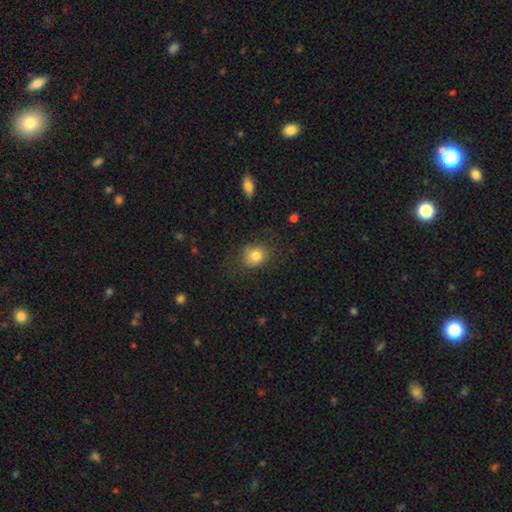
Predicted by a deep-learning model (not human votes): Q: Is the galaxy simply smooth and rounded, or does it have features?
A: smooth — 79%.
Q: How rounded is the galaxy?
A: round — 66%.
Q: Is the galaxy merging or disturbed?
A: none — 77%.